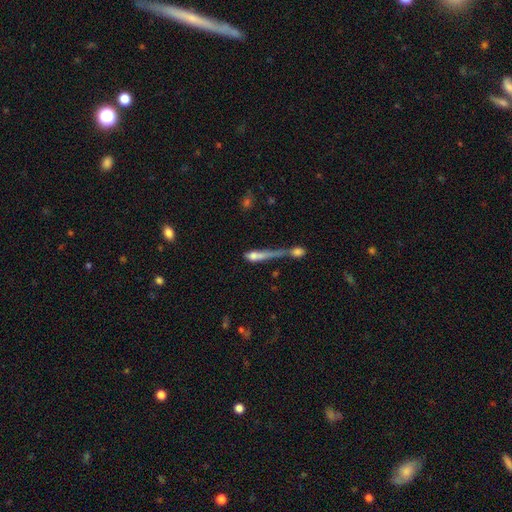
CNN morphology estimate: This is possibly a smooth galaxy (59%). How rounded: possibly cigar-shaped (56%). Merging: possibly merger (48%).